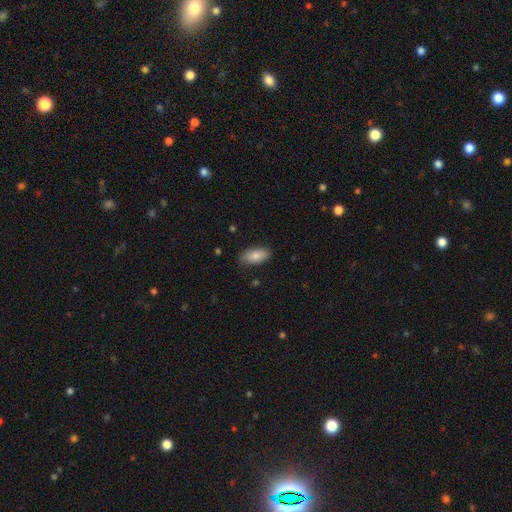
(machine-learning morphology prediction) Smooth or featured? Predicted: smooth (p=0.81). How rounded? Predicted: in between (p=0.90). Merging? Predicted: none (p=0.83).